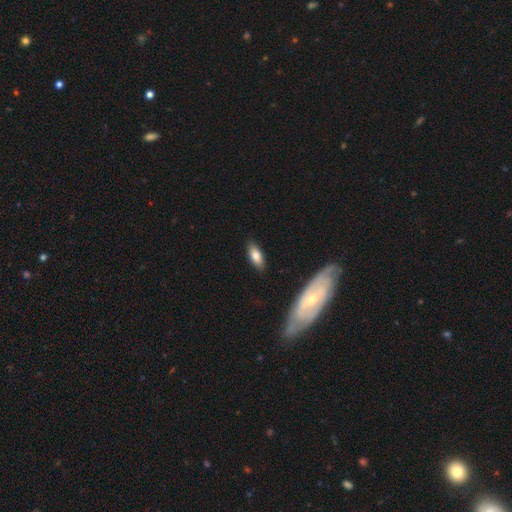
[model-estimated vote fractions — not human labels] Smooth or featured? smooth (76%)
How rounded? in between (82%)
Merging? none (85%)